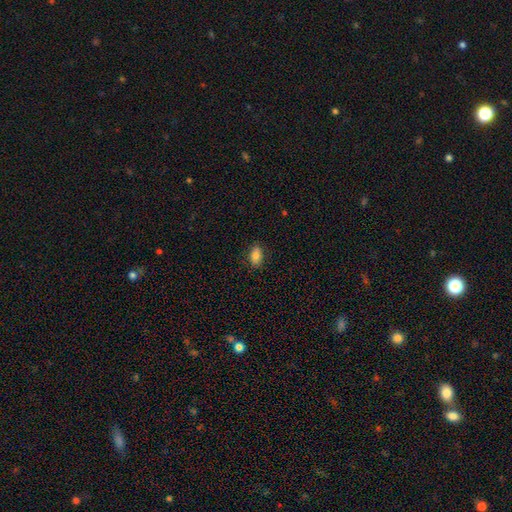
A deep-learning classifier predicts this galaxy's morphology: Overall: smooth (81%). How rounded: in between (89%). Merging: none (85%).